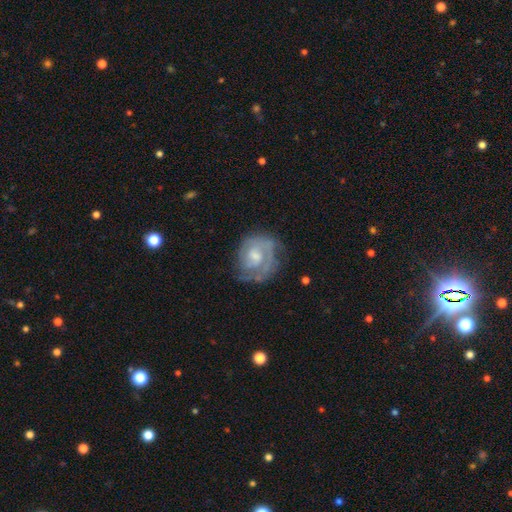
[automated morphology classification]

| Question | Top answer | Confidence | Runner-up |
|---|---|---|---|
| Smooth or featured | featured or disk | 80% | smooth (15%) |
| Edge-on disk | no | 98% | yes (2%) |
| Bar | no | 54% | weak (40%) |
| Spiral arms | yes | 91% | no (9%) |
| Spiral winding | tight | 60% | medium (32%) |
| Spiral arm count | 2 | 44% | can't tell (23%) |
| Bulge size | moderate | 46% | small (38%) |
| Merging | none | 63% | minor disturbance (23%) |